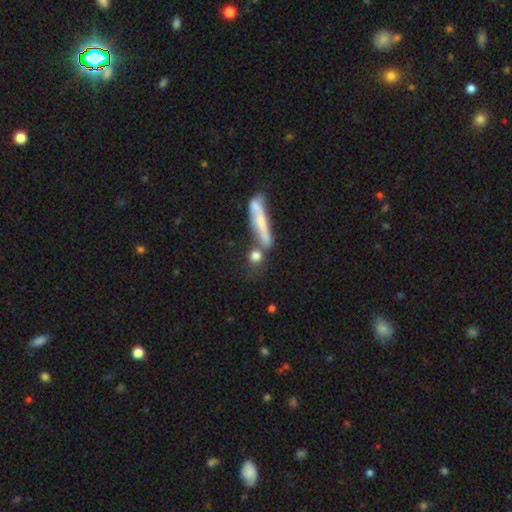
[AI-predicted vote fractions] smooth_or_featured: smooth (p=0.76) [alt: featured or disk p=0.14]
how_rounded: round (p=0.65) [alt: cigar-shaped p=0.18]
merging: none (p=0.56) [alt: merger p=0.24]